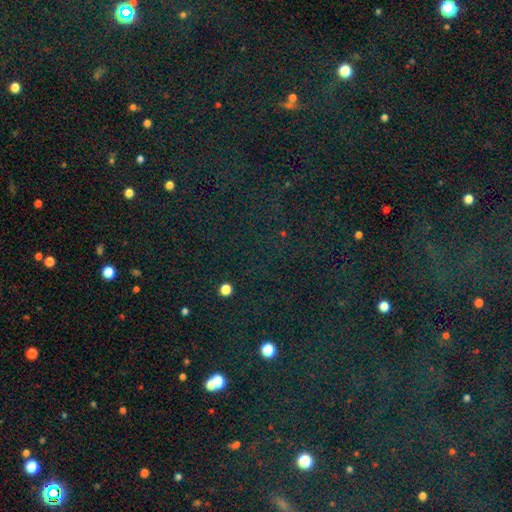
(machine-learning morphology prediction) A star or artifact, not a galaxy (82%).

Vote fractions:
- Smooth or featured? star or artifact: 82% / smooth: 11% / featured or disk: 7%